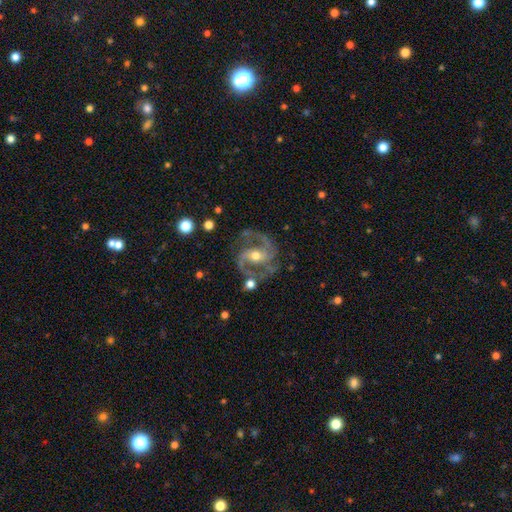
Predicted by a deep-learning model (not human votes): Smooth or featured?
  - featured or disk: 92% *
  - star or artifact: 5%
  - smooth: 3%
Edge-on disk?
  - no: 98% *
  - yes: 2%
Bar?
  - weak: 38% *
  - strong: 36%
  - no: 26%
Spiral arms?
  - yes: 98% *
  - no: 2%
Spiral winding?
  - medium: 62% *
  - tight: 25%
  - loose: 13%
Spiral arm count?
  - 2: 83% *
  - 3: 9%
  - can't tell: 3%
  - 1: 2%
  - 4: 2%
  - more than 4: 2%
Bulge size?
  - moderate: 58% *
  - small: 38%
  - large: 2%
  - none: 1%
  - dominant: 1%
Merging?
  - none: 74% *
  - minor disturbance: 15%
  - major disturbance: 7%
  - merger: 4%